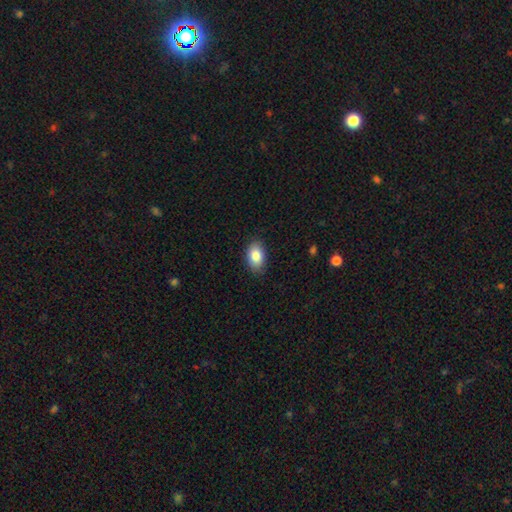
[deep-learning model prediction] This appears to be a smooth galaxy with no disk features (85%) that is in between round and cigar-shaped (89%). Merging: none (85%).